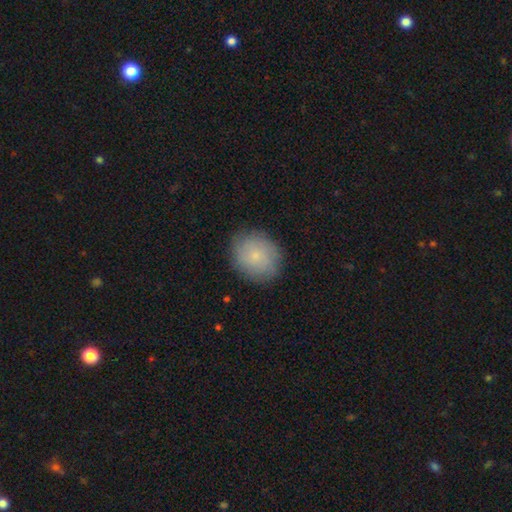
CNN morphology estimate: Smooth or featured? smooth (76%)
How rounded? round (69%)
Merging? none (84%)